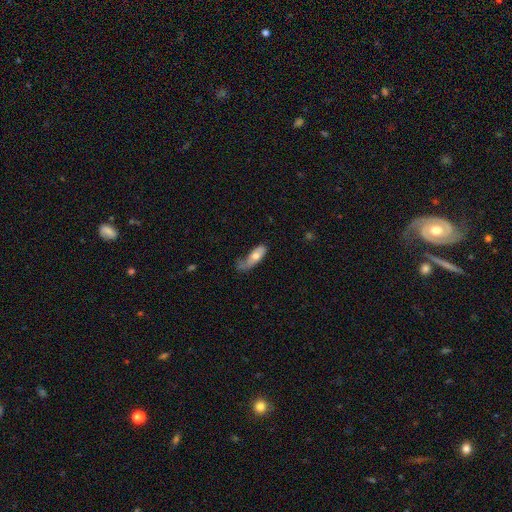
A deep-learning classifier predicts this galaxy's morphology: Smooth or featured?
  - smooth: 63% *
  - featured or disk: 31%
  - star or artifact: 6%
How rounded?
  - in between: 66% *
  - cigar-shaped: 31%
  - round: 3%
Merging?
  - minor disturbance: 34% *
  - none: 33%
  - major disturbance: 28%
  - merger: 5%